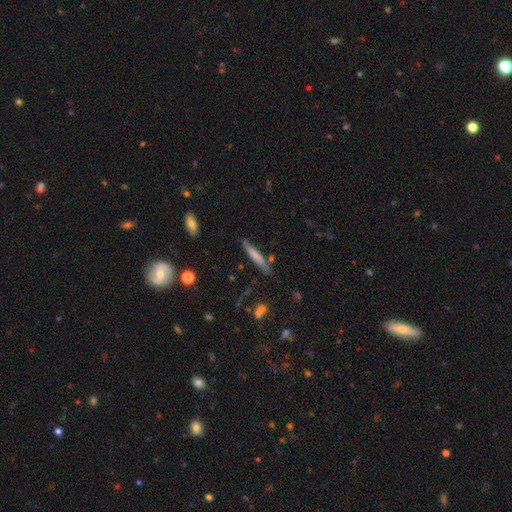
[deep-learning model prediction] A smooth galaxy with no disk features (61%) that is cigar-shaped (93%). Merging: none (79%).